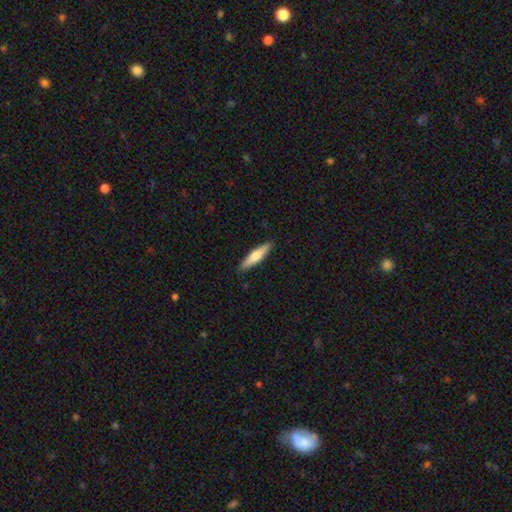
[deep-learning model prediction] The model was most divided on "smooth or featured": smooth: 65%, featured or disk: 30%, star or artifact: 5%. More confident: merging — none (90%); how rounded — cigar-shaped (80%).